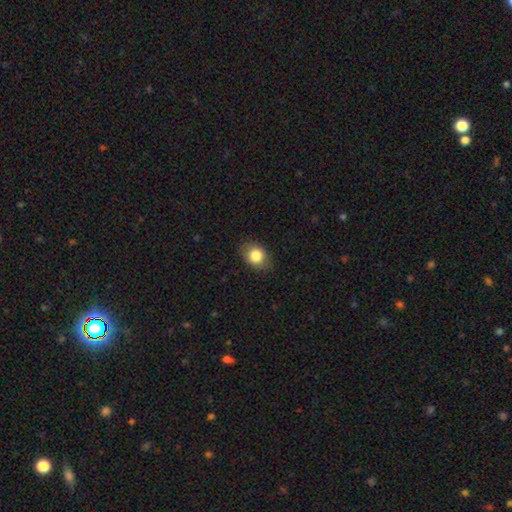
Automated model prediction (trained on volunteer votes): Smooth or featured? Predicted: smooth (p=0.82). How rounded? Predicted: in between (p=0.65). Merging? Predicted: none (p=0.83).